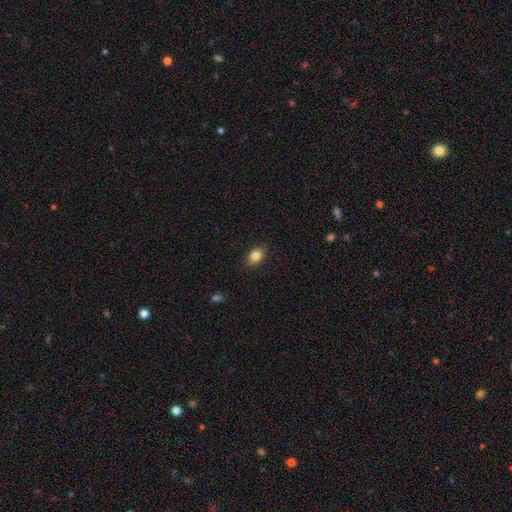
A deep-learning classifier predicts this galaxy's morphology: type=smooth (82%); roundness=in between (79%); merging=none (86%).